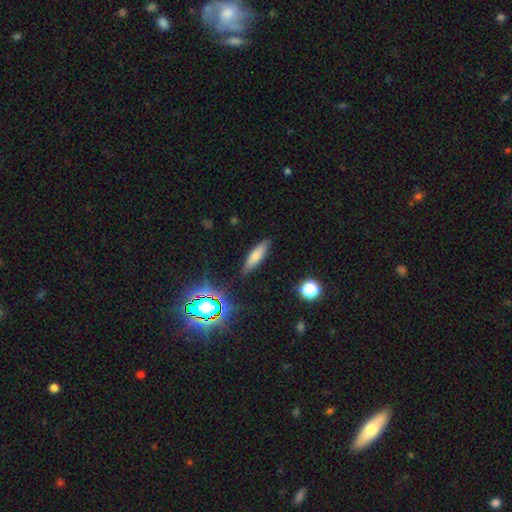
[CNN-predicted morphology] Q: Smooth or featured?
A: smooth (68%); runner-up: featured or disk (20%)
Q: How rounded?
A: cigar-shaped (60%); runner-up: in between (38%)
Q: Merging?
A: none (85%); runner-up: minor disturbance (11%)